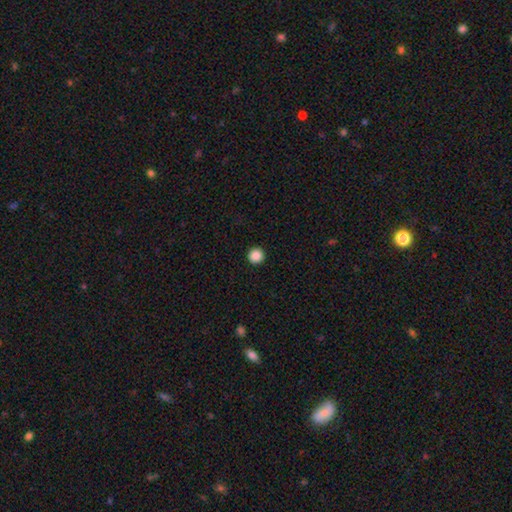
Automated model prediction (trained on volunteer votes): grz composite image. It shows a smooth galaxy with no disk features (88%) that is round (97%). Merging: none (94%).